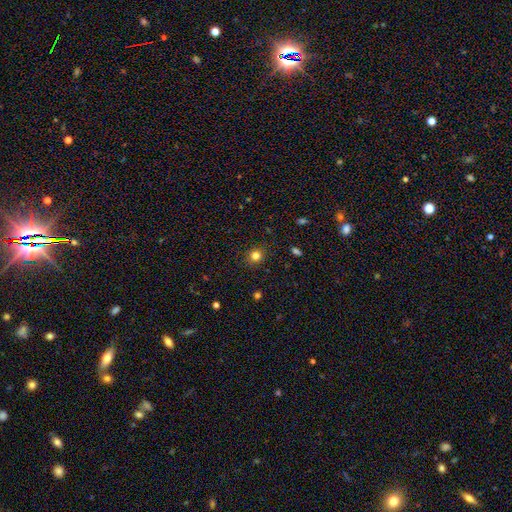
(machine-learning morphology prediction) Smooth or featured?
  - smooth: 80% *
  - star or artifact: 15%
  - featured or disk: 5%
How rounded?
  - round: 88% *
  - in between: 11%
  - cigar-shaped: 1%
Merging?
  - none: 89% *
  - minor disturbance: 8%
  - major disturbance: 2%
  - merger: 1%